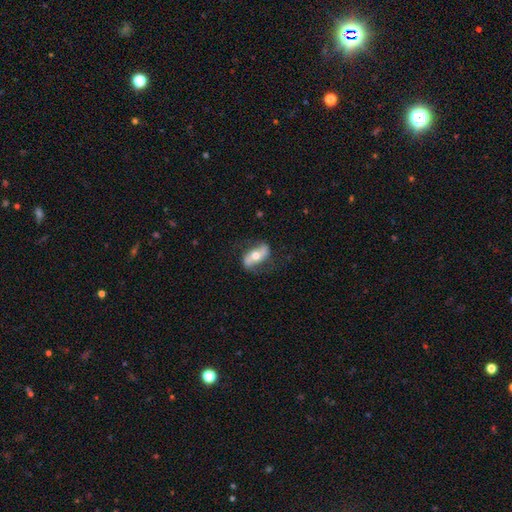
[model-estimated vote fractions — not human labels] Overall: featured or disk (61%; smooth 33%). Edge-on disk: no (79%). Merging: none (73%).